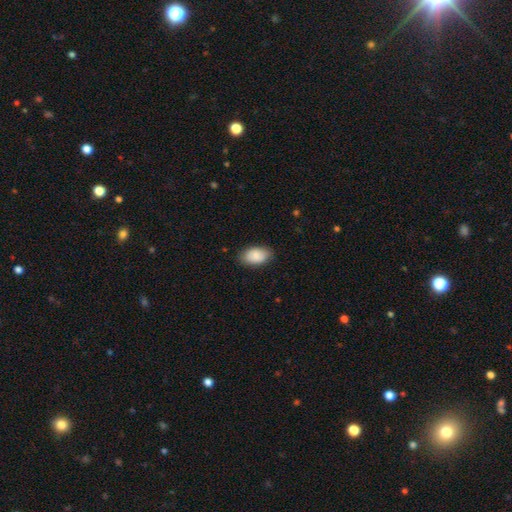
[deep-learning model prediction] Smooth or featured? smooth (87%)
How rounded? in between (92%)
Merging? none (83%)